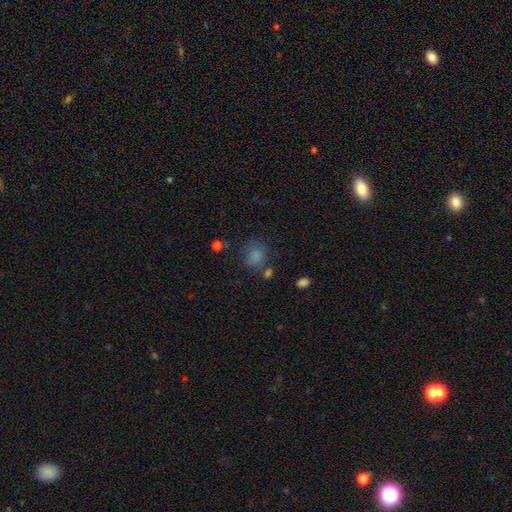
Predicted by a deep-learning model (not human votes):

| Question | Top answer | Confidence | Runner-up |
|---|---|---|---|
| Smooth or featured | smooth | 77% | star or artifact (15%) |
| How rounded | round | 61% | in between (38%) |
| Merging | none | 58% | minor disturbance (20%) |